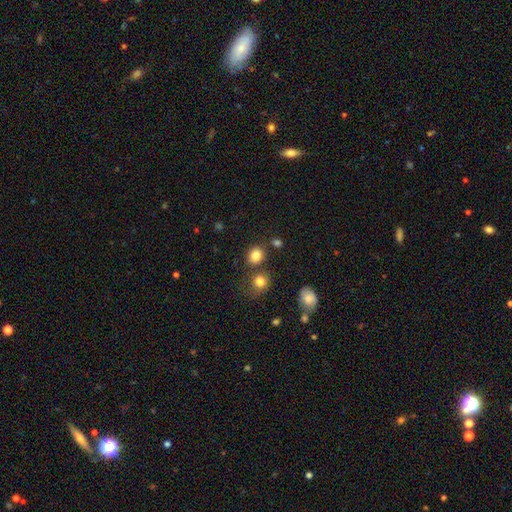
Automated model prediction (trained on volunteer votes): This is clearly a smooth galaxy (83%). How rounded: likely round (70%). Merging: likely none (74%).